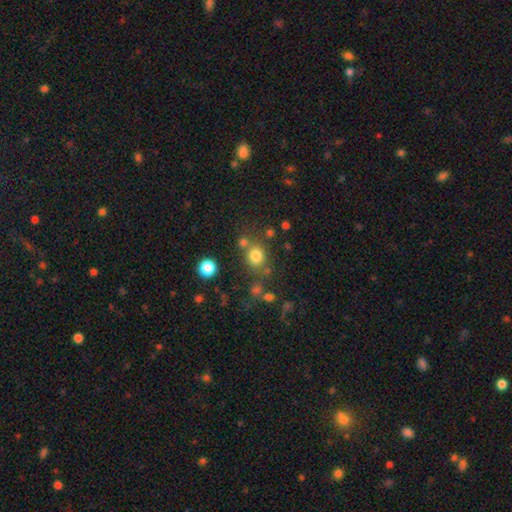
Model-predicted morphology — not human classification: Smooth or featured? Predicted: smooth (p=0.78). How rounded? Predicted: round (p=0.80). Merging? Predicted: none (p=0.70).